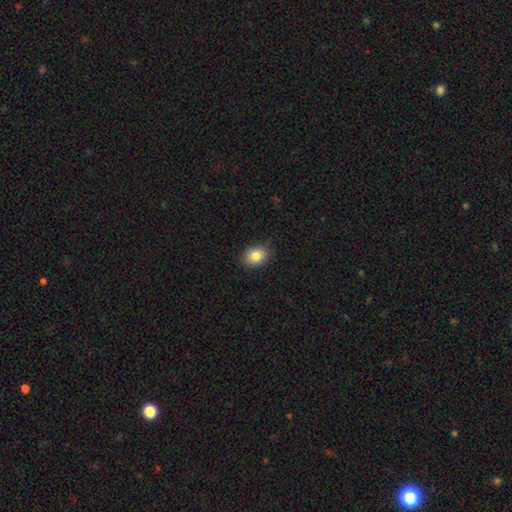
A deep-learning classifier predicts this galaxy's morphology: A smooth galaxy with no disk features (85%) that is in between round and cigar-shaped (66%).

Vote fractions:
- Smooth or featured? smooth: 85% / star or artifact: 8% / featured or disk: 7%
- How rounded? in between: 66% / round: 33% / cigar-shaped: 1%
- Merging? none: 87% / minor disturbance: 9% / major disturbance: 2% / merger: 1%